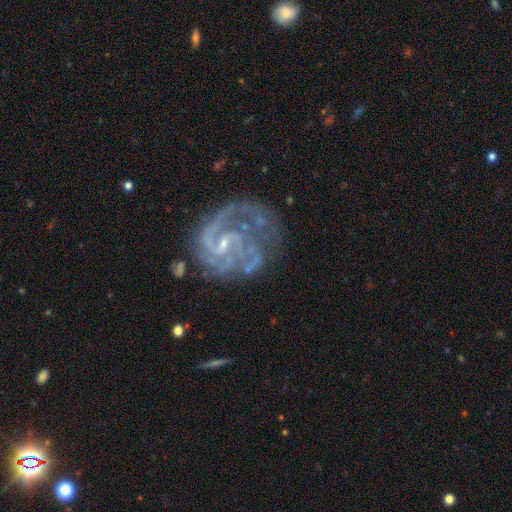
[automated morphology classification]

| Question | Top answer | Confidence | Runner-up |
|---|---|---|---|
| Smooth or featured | featured or disk | 90% | star or artifact (6%) |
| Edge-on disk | no | 98% | yes (2%) |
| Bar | weak | 52% | no (34%) |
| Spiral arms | yes | 97% | no (3%) |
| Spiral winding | medium | 48% | tight (40%) |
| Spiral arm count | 2 | 39% | 3 (24%) |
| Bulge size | small | 73% | moderate (14%) |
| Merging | none | 49% | major disturbance (25%) |